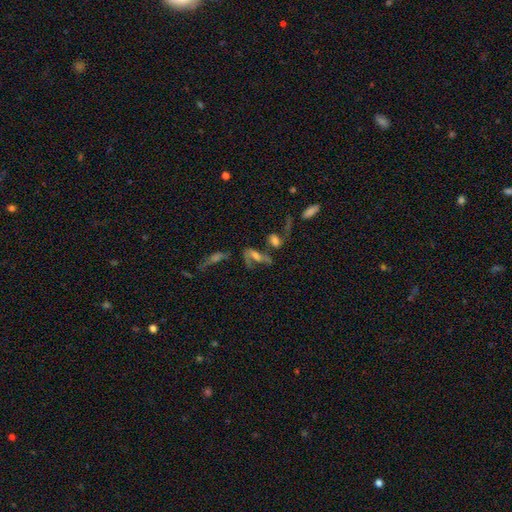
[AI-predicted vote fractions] This is marginally a featured or disk galaxy (45%). Merging: marginally merger (32%).